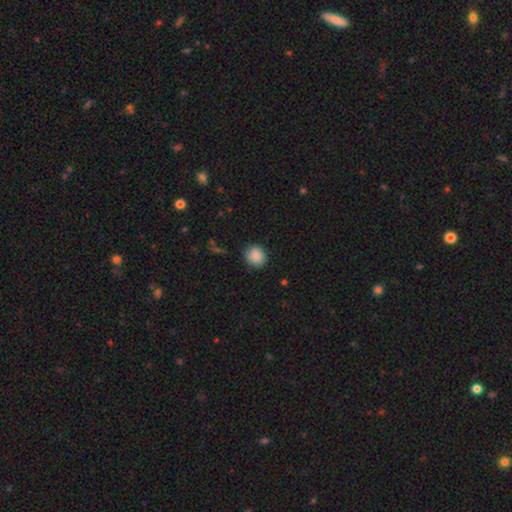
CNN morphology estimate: smooth-or-featured: smooth: 88% | star or artifact: 8% | featured or disk: 4%
  how-rounded: round: 85% | in between: 14% | cigar-shaped: 1%
  merging: none: 89% | minor disturbance: 8% | major disturbance: 2% | merger: 1%